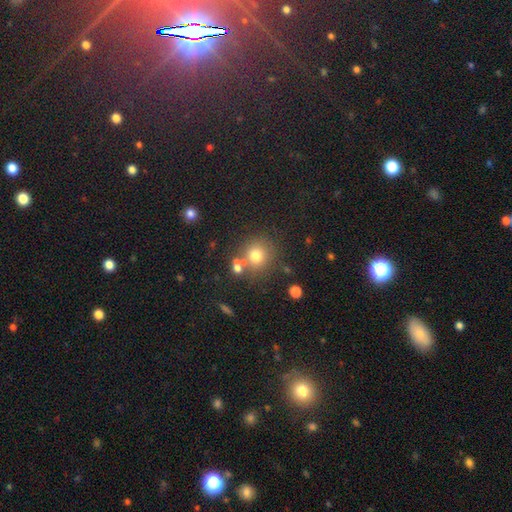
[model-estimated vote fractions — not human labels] Overall: smooth (73%). How rounded: round (88%). Merging: none (70%).